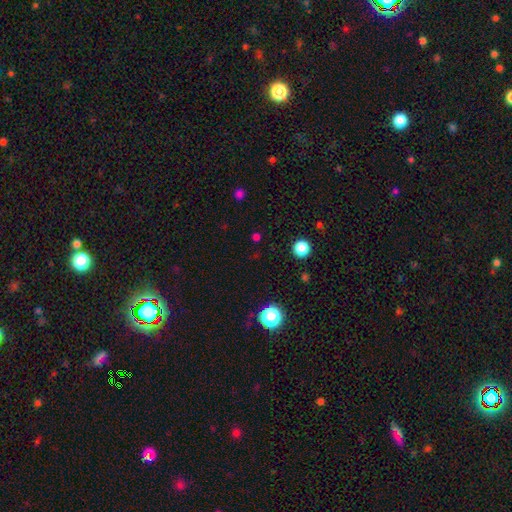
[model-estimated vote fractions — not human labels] Morphology: type=star or artifact (48%).